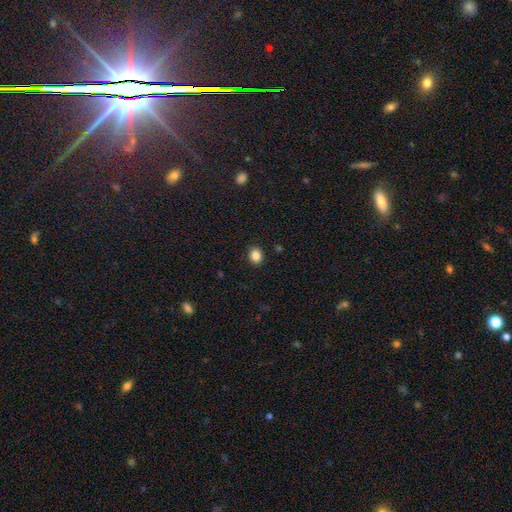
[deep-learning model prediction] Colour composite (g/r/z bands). It shows a smooth galaxy with no disk features (85%) that is round (69%). Merging: none (90%).